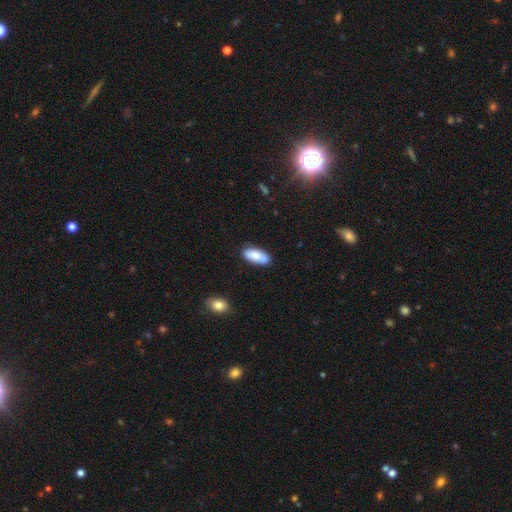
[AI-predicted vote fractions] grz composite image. It shows a smooth galaxy with no disk features (84%) that is in between round and cigar-shaped (88%). Merging: none (81%).